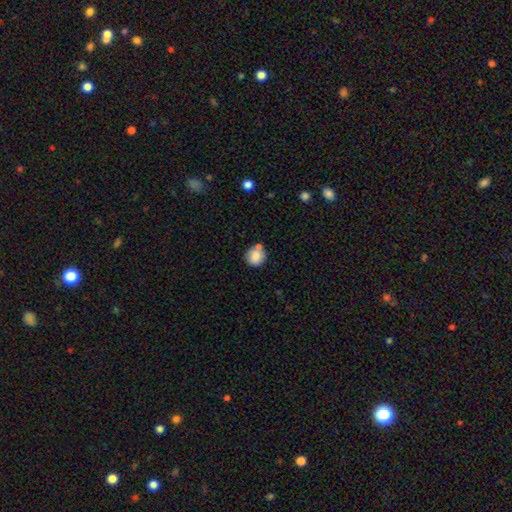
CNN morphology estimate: A smooth galaxy with no disk features (84%) that is round (84%).

Vote fractions:
- Smooth or featured? smooth: 84% / star or artifact: 8% / featured or disk: 8%
- How rounded? round: 84% / in between: 15% / cigar-shaped: 1%
- Merging? none: 64% / minor disturbance: 16% / merger: 16% / major disturbance: 4%